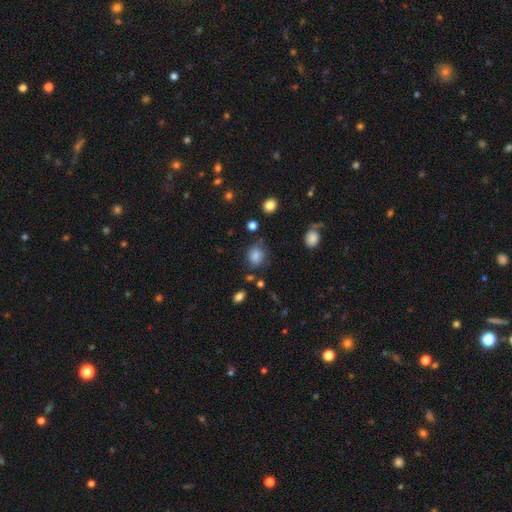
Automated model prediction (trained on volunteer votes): Smooth or featured? Predicted: smooth (p=0.78). How rounded? Predicted: round (p=0.67). Merging? Predicted: none (p=0.64).